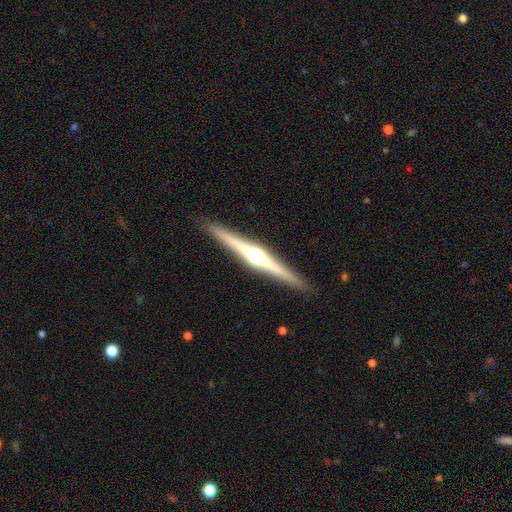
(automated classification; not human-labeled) Smooth or featured?
  - featured or disk: 82% *
  - smooth: 13%
  - star or artifact: 5%
Edge-on disk?
  - yes: 99% *
  - no: 1%
Edge-on bulge?
  - rounded: 93% *
  - boxy: 4%
  - none: 3%
Merging?
  - none: 92% *
  - minor disturbance: 6%
  - major disturbance: 1%
  - merger: 1%